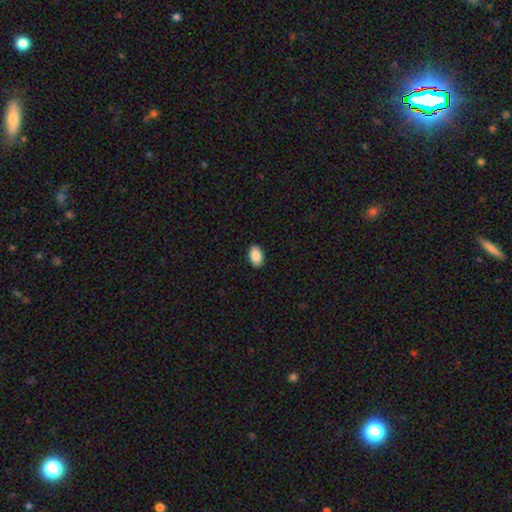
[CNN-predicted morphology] The model was most divided on "smooth or featured": smooth: 89%, star or artifact: 7%, featured or disk: 4%. More confident: how rounded — in between (93%); merging — none (90%).